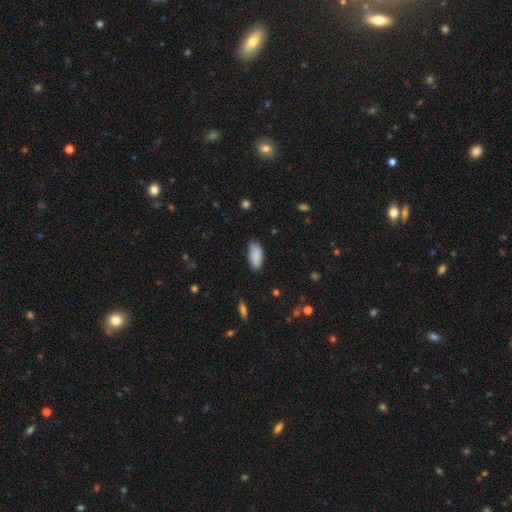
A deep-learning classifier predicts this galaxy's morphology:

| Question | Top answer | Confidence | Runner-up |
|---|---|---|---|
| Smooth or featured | smooth | 87% | featured or disk (7%) |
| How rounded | in between | 88% | cigar-shaped (10%) |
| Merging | none | 77% | minor disturbance (18%) |